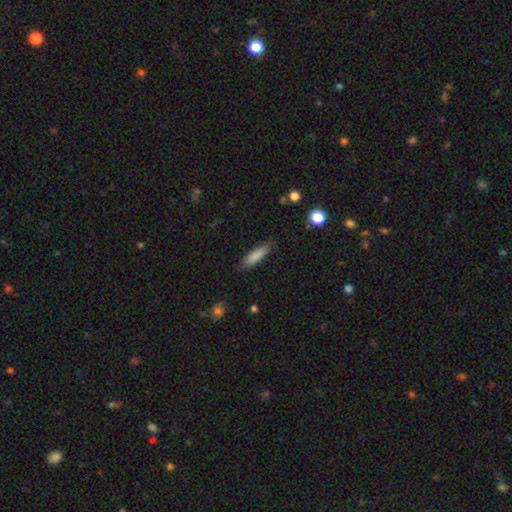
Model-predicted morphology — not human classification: This is clearly a smooth galaxy (83%). How rounded: likely cigar-shaped (68%). Merging: clearly none (82%).